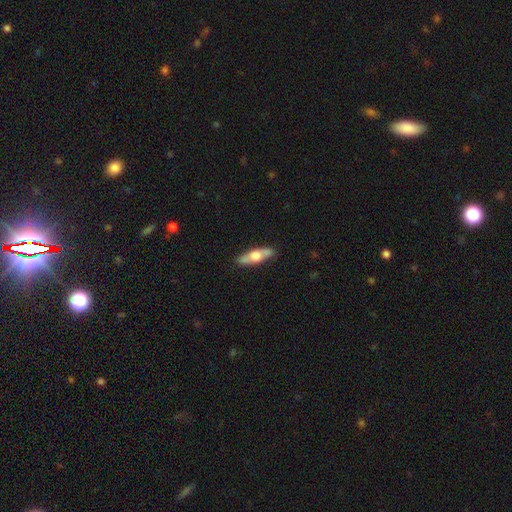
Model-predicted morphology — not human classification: type=featured or disk (52%); edge-on=yes (79%); merging=none (83%).